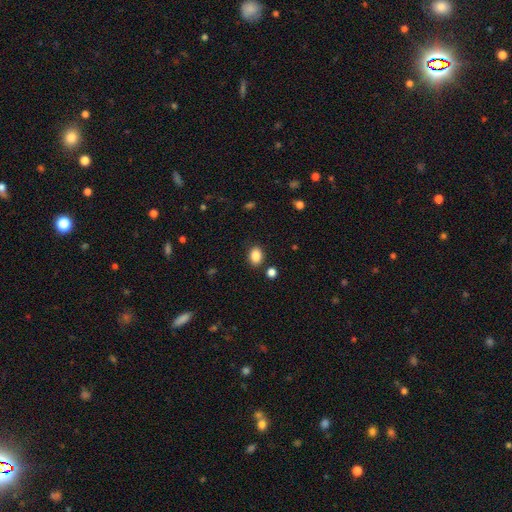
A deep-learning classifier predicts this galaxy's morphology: smooth_or_featured: smooth (p=0.86) [alt: star or artifact p=0.09]
how_rounded: in between (p=0.67) [alt: round p=0.32]
merging: none (p=0.84) [alt: minor disturbance p=0.10]